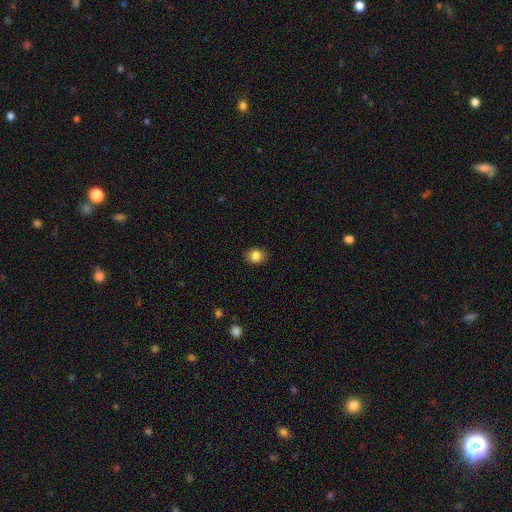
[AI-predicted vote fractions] Smooth or featured? smooth (84%)
How rounded? round (59%)
Merging? none (87%)